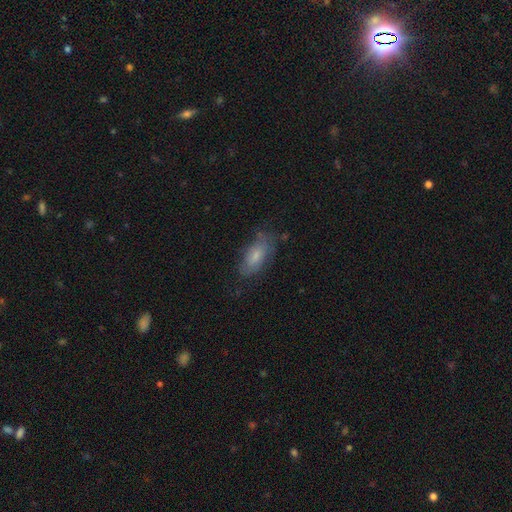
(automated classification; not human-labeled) smooth 62%, featured or disk 29%, star or artifact 8%. Down the decision tree: how rounded — in between (86%); merging — none (63%).